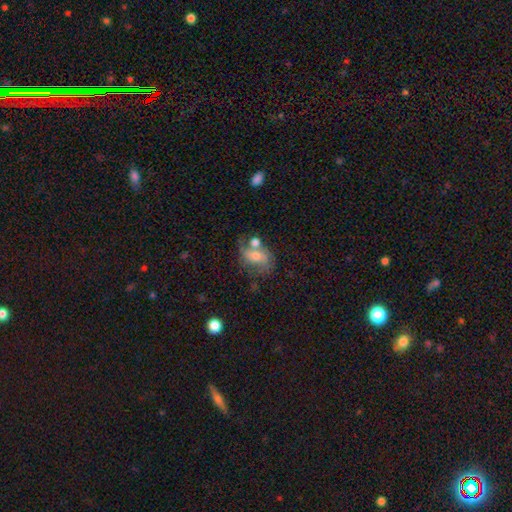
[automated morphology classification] Smooth or featured: featured or disk — 57% (smooth — 32%)
Edge-on disk: no — 95% (yes — 5%)
Bar: no — 48% (weak — 36%)
Spiral arms: yes — 78% (no — 22%)
Bulge size: moderate — 51% (small — 39%)
Merging: none — 40% (merger — 25%)